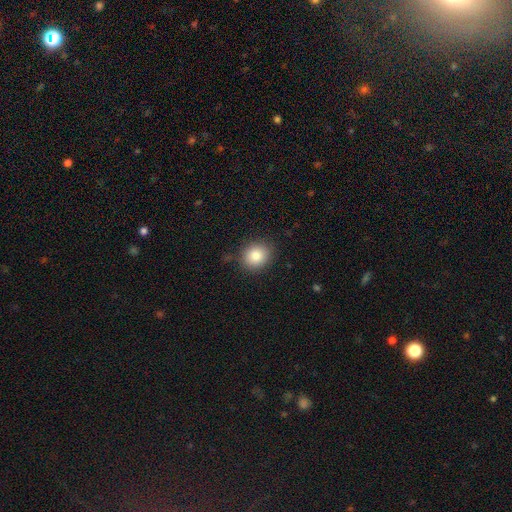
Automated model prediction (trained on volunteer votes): Morphology: type=smooth (85%); roundness=round (74%); merging=none (84%).